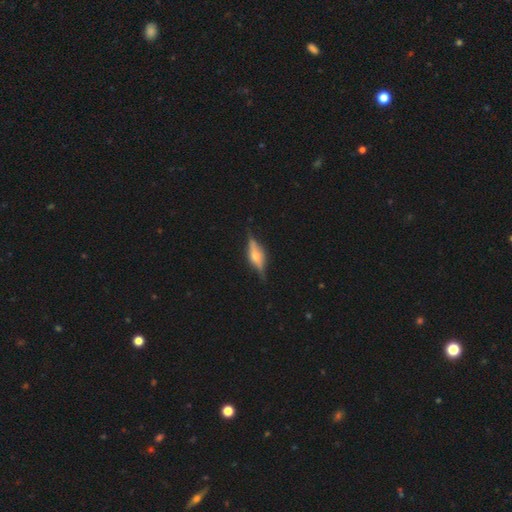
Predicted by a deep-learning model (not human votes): featured or disk 73%, smooth 20%, star or artifact 7%. Down the decision tree: edge-on disk — yes (94%); edge-on bulge — rounded (83%); merging — none (81%).